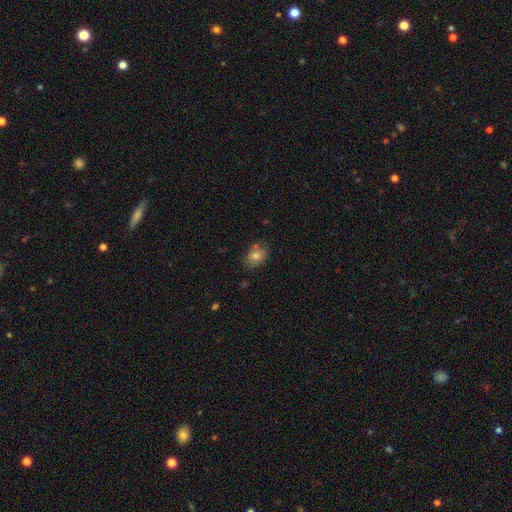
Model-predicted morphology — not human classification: A smooth galaxy with no disk features (74%) that is in between round and cigar-shaped (65%).

Vote fractions:
- Smooth or featured? smooth: 74% / featured or disk: 14% / star or artifact: 11%
- How rounded? in between: 65% / round: 33% / cigar-shaped: 1%
- Merging? none: 75% / minor disturbance: 16% / merger: 5% / major disturbance: 3%